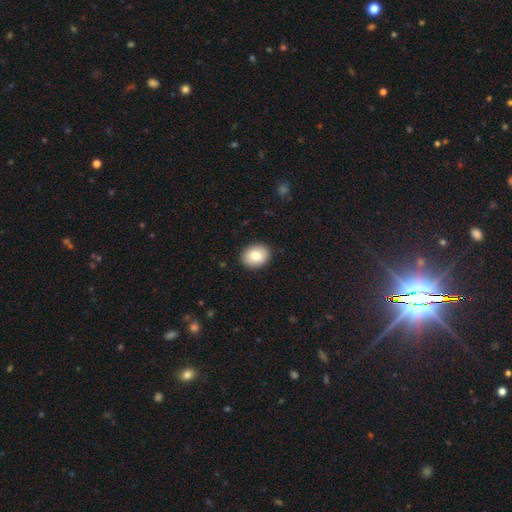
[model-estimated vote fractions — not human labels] smooth_or_featured: smooth (p=0.81) [alt: featured or disk p=0.11]
how_rounded: round (p=0.52) [alt: in between p=0.47]
merging: none (p=0.90) [alt: minor disturbance p=0.07]